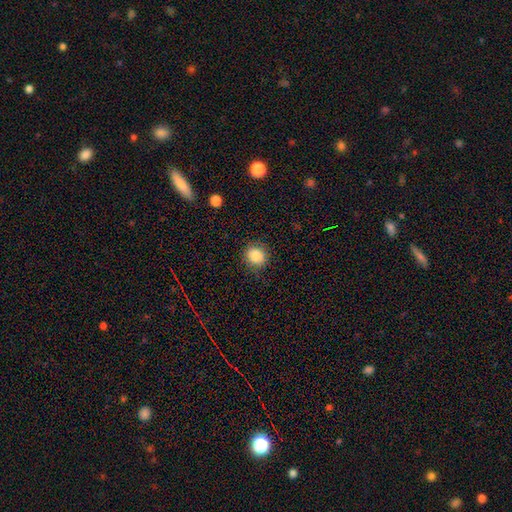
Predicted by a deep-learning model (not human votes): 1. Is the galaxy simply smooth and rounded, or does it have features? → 86% smooth, 9% star or artifact, 4% featured or disk.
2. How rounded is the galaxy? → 81% round, 18% in between, 1% cigar-shaped.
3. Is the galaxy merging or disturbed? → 87% none, 9% minor disturbance, 3% major disturbance, 1% merger.